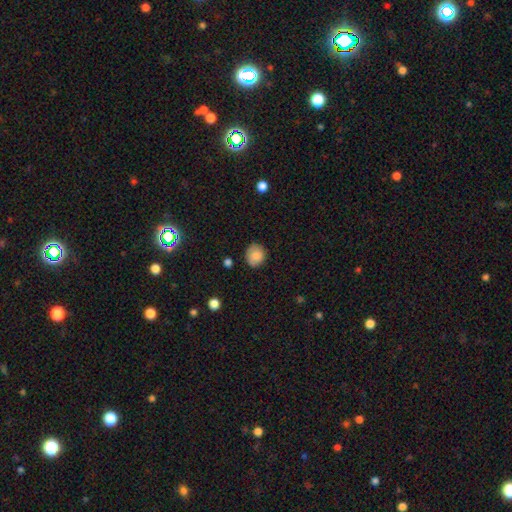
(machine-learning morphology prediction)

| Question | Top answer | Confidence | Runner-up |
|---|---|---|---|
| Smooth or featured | smooth | 84% | star or artifact (8%) |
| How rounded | round | 70% | in between (29%) |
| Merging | none | 78% | minor disturbance (17%) |